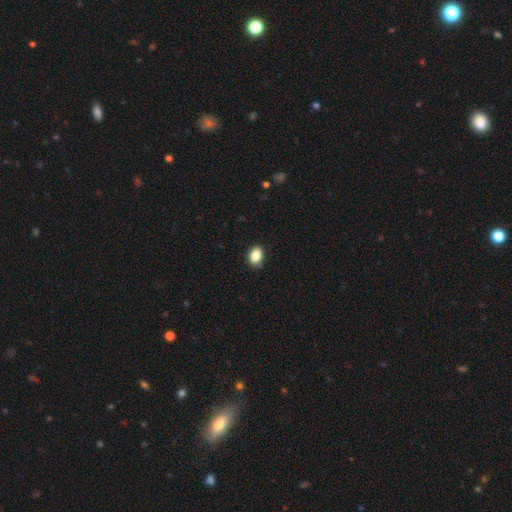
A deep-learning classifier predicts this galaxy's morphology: Overall: smooth (87%). How rounded: in between (73%). Merging: none (84%).